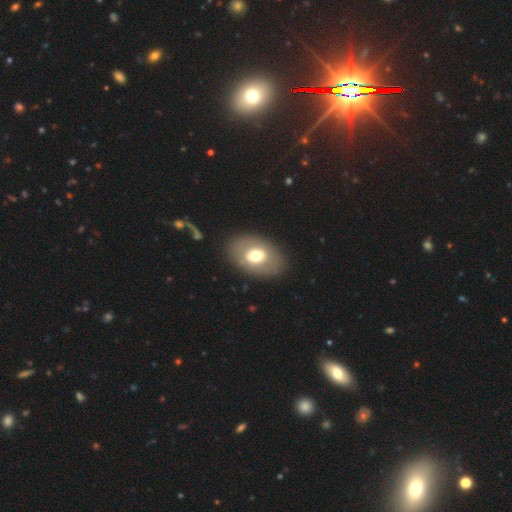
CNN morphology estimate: Smooth or featured?
  - smooth: 59% *
  - featured or disk: 33%
  - star or artifact: 7%
How rounded?
  - in between: 80% *
  - round: 19%
  - cigar-shaped: 1%
Merging?
  - none: 84% *
  - minor disturbance: 10%
  - major disturbance: 5%
  - merger: 2%